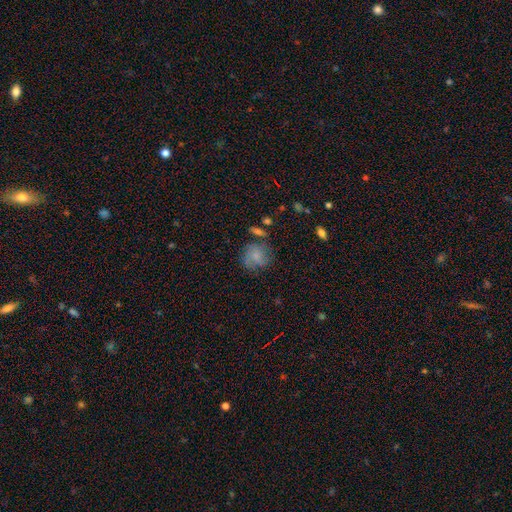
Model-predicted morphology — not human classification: Smooth or featured? Predicted: smooth (p=0.69). How rounded? Predicted: round (p=0.76). Merging? Predicted: none (p=0.56).